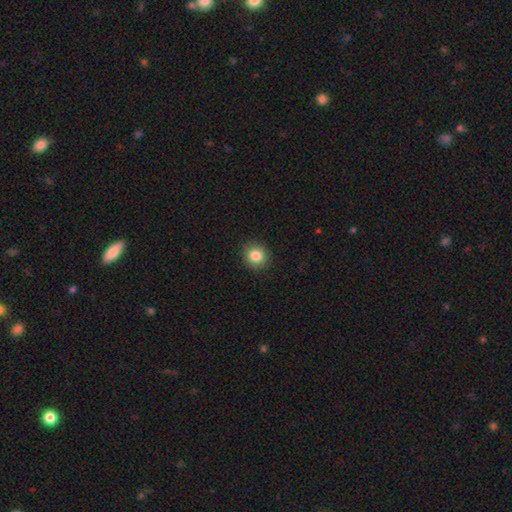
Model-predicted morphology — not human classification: This appears to be a smooth galaxy with no disk features (85%) that is round (83%). Merging: none (90%).